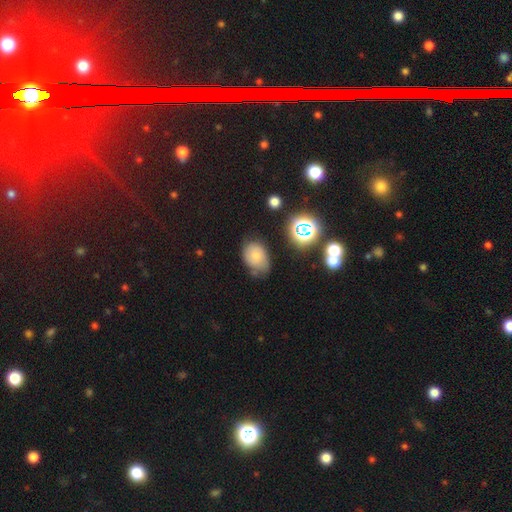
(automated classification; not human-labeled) Smooth or featured: smooth — 65% (featured or disk — 20%)
How rounded: in between — 71% (round — 28%)
Merging: none — 56% (minor disturbance — 31%)